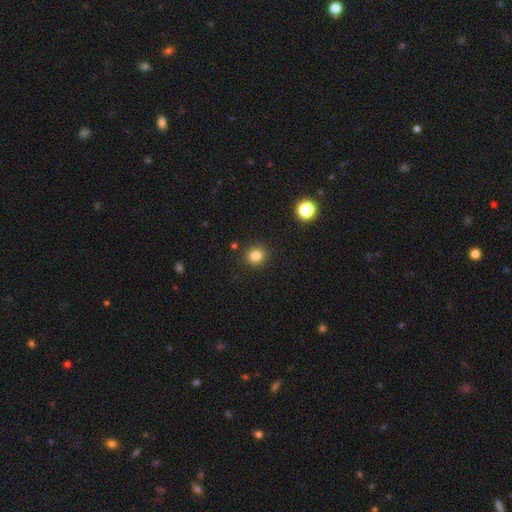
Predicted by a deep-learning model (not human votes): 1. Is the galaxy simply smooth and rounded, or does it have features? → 83% smooth, 12% star or artifact, 5% featured or disk.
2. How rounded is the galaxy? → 83% round, 16% in between, 1% cigar-shaped.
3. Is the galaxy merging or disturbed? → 89% none, 7% minor disturbance, 2% major disturbance, 2% merger.